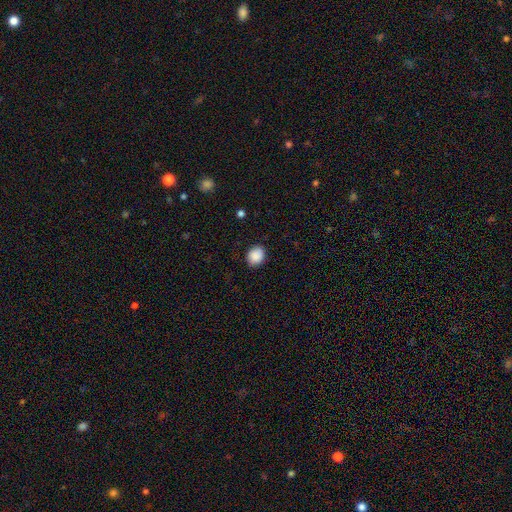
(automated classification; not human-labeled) Morphology: type=smooth (89%); roundness=round (65%); merging=none (87%).